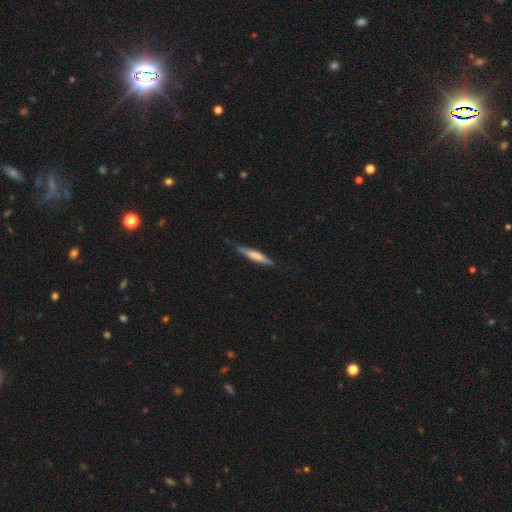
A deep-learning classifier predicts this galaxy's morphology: The model was most divided on "smooth or featured": smooth: 60%, featured or disk: 35%, star or artifact: 5%. More confident: how rounded — cigar-shaped (92%); merging — none (82%).